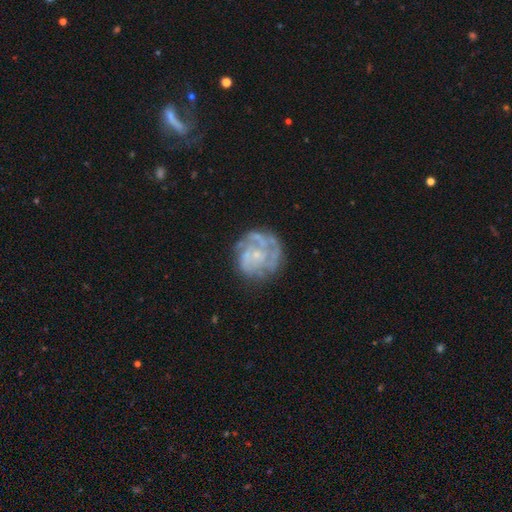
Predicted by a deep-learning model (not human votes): smooth-or-featured: featured or disk: 78% | smooth: 15% | star or artifact: 7%
  disk-edge-on: no: 98% | yes: 2%
    bar: no: 81% | weak: 16% | strong: 3%
    has-spiral-arms: yes: 80% | no: 20%
      spiral-winding: tight: 60% | medium: 30% | loose: 10%
      spiral-arm-count: can't tell: 39% | 3: 23% | 2: 14% | 4: 13% | 1: 6% | more than 4: 6%
    bulge-size: small: 74% | moderate: 14% | none: 9% | large: 1% | dominant: 1%
  merging: none: 67% | minor disturbance: 19% | major disturbance: 12% | merger: 2%